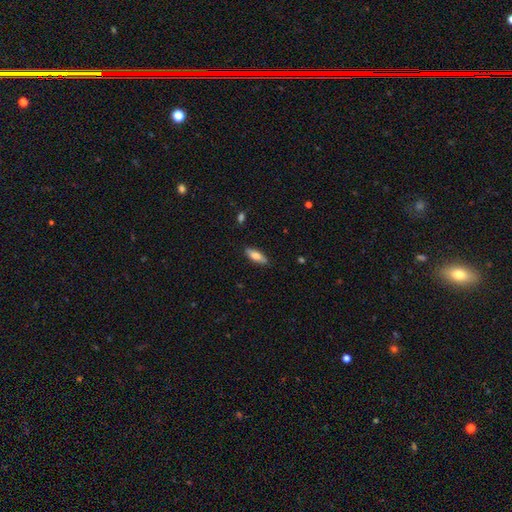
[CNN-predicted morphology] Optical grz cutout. It shows a smooth galaxy with no disk features (75%) that is in between round and cigar-shaped (65%). Merging: none (84%).